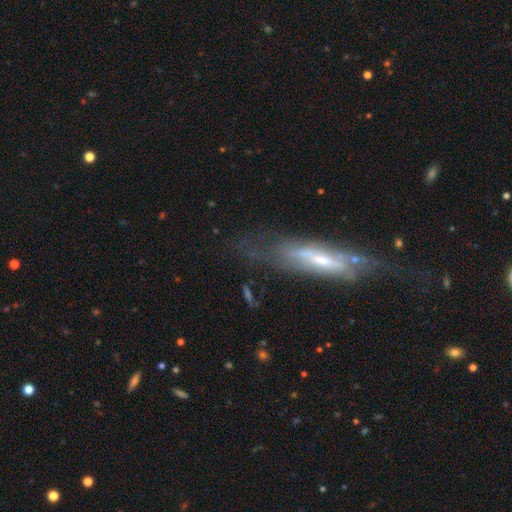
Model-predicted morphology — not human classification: The model was most divided on "edge-on disk": yes: 53%, no: 47%. More confident: smooth or featured — featured or disk (70%); merging — none (63%).